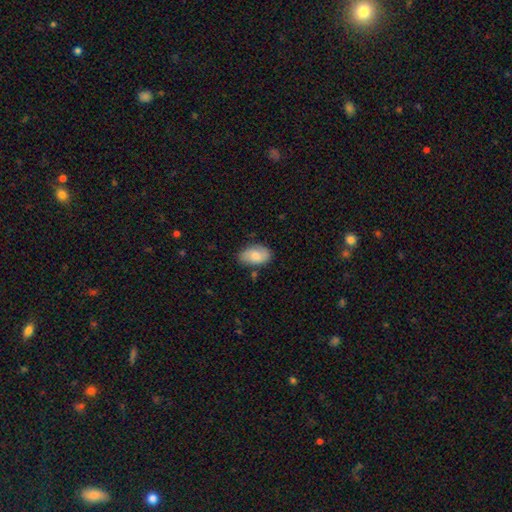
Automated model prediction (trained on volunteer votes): Smooth or featured: smooth — 78% (featured or disk — 16%)
How rounded: in between — 93% (round — 5%)
Merging: none — 73% (minor disturbance — 20%)